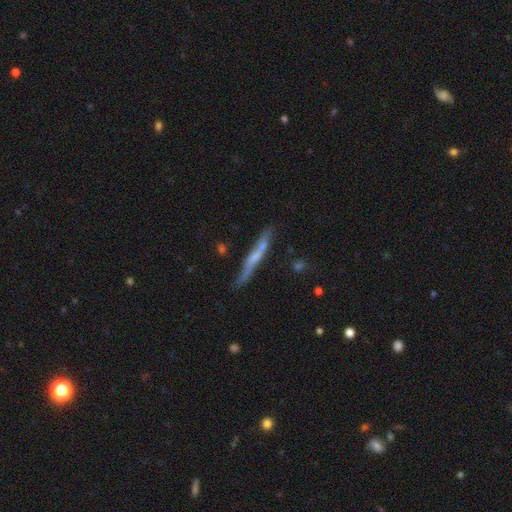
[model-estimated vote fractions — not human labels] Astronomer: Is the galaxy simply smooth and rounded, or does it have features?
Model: featured or disk — 52% (runner-up: smooth, 41%).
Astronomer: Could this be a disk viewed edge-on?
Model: yes — 91%.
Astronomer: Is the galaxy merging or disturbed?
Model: none — 76%.